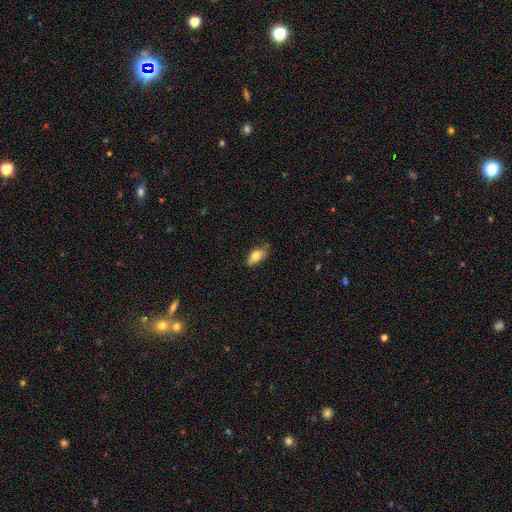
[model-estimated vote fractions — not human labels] The model was most divided on "merging": none: 66%, minor disturbance: 27%, major disturbance: 5%, merger: 2%. More confident: how rounded — in between (86%); smooth or featured — smooth (77%).